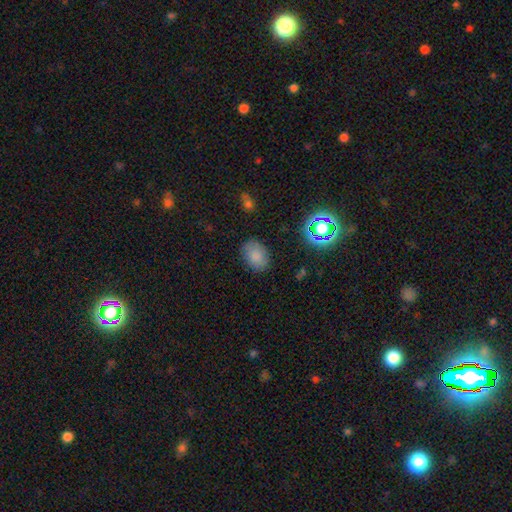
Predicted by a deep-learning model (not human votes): Smooth or featured? smooth (80%)
How rounded? in between (73%)
Merging? none (83%)